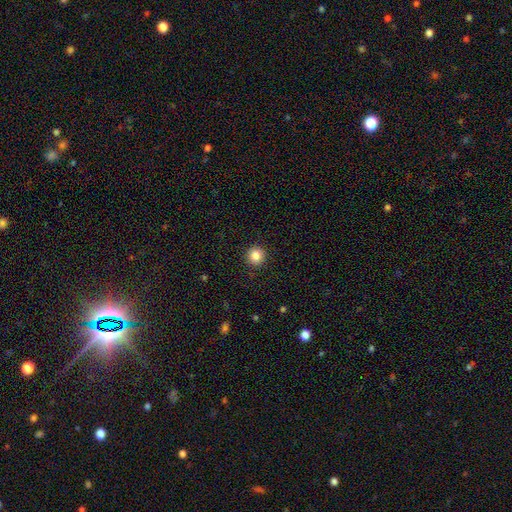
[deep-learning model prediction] smooth 85%, star or artifact 11%, featured or disk 5%. Down the decision tree: how rounded — round (94%); merging — none (92%).